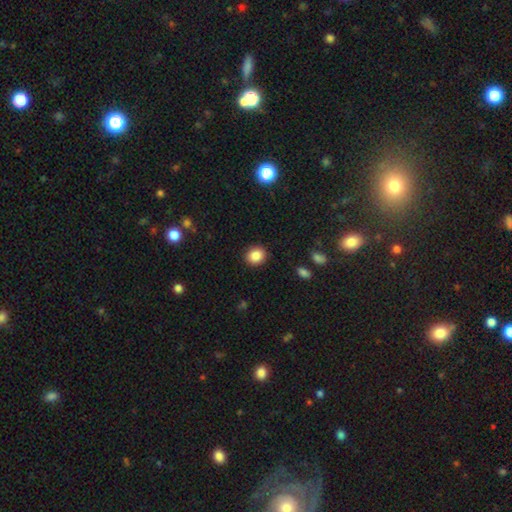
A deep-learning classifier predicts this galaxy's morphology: The model was most divided on "how rounded": round: 75%, in between: 24%, cigar-shaped: 1%. More confident: merging — none (90%); smooth or featured — smooth (86%).